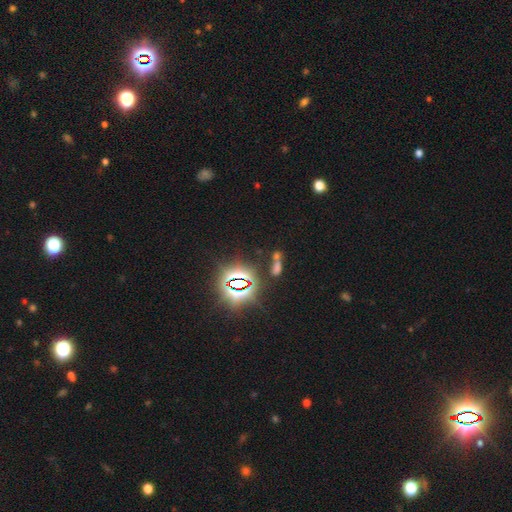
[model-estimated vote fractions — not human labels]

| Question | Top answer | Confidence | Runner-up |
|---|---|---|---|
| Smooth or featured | star or artifact | 81% | smooth (12%) |